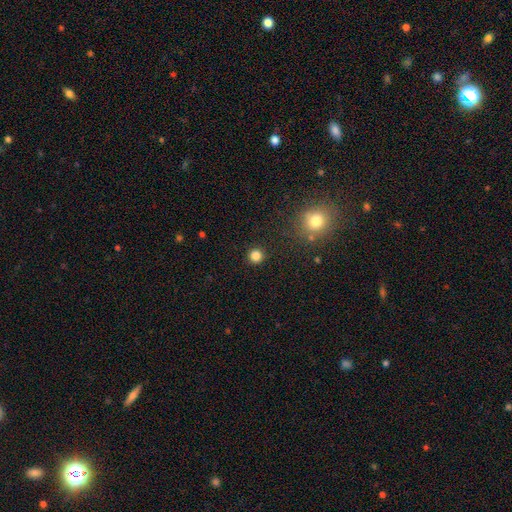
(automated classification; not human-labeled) This is clearly a smooth galaxy (83%). How rounded: clearly round (95%). Merging: clearly none (91%).